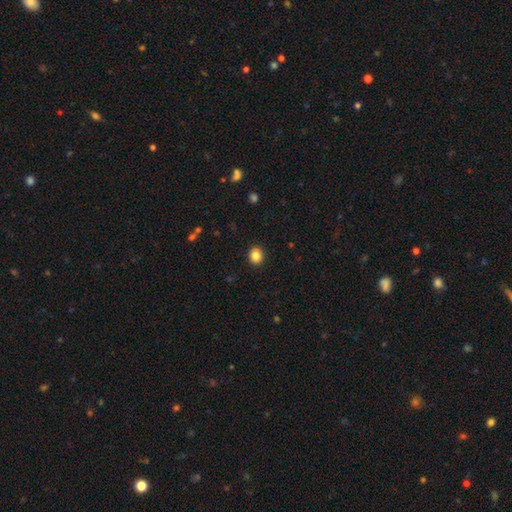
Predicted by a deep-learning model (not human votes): This is clearly a smooth galaxy (85%). How rounded: likely round (74%). Merging: clearly none (91%).